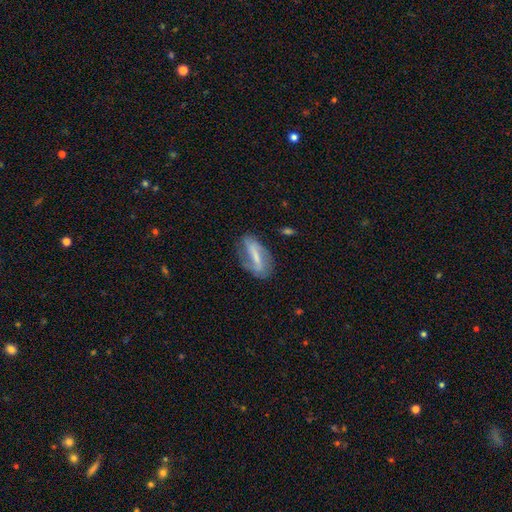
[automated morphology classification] The model was most divided on "smooth or featured": featured or disk: 57%, smooth: 35%, star or artifact: 7%. More confident: edge-on disk — no (86%); merging — none (65%).